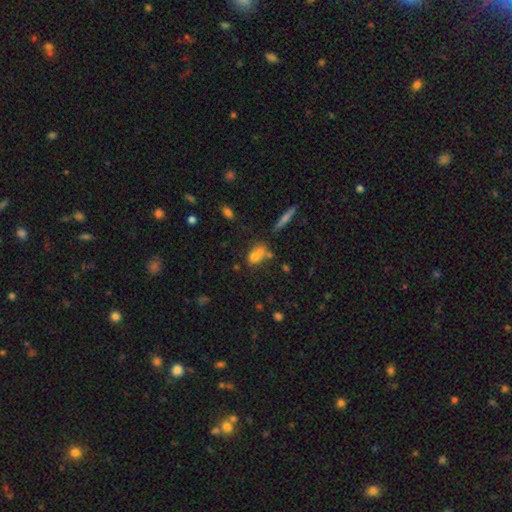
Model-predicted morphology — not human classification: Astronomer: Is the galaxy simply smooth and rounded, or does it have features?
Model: smooth — 66%.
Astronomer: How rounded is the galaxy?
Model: in between — 64%.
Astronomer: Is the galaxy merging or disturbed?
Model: merger — 46% (runner-up: none, 34%).